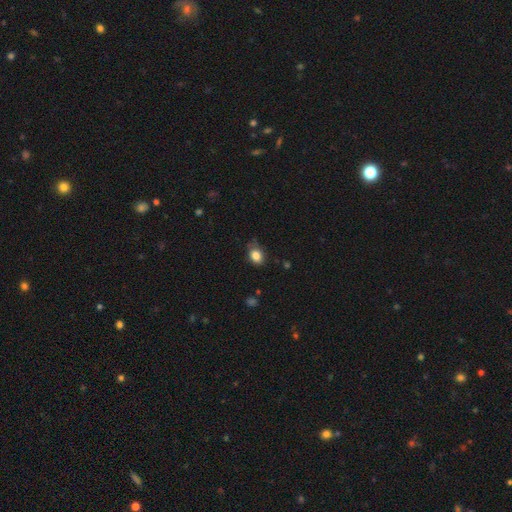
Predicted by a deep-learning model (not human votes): smooth 83%, star or artifact 10%, featured or disk 7%. Down the decision tree: how rounded — in between (62%); merging — none (64%).